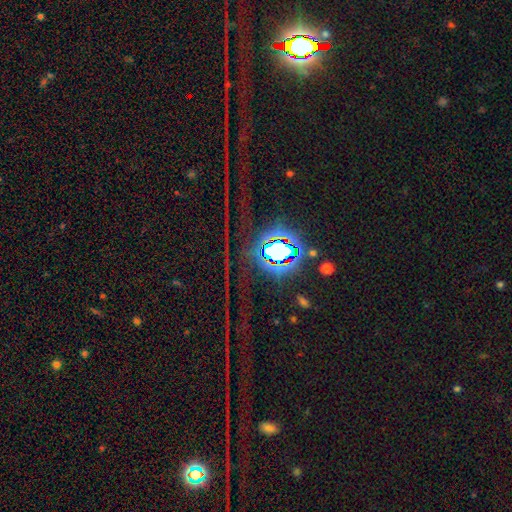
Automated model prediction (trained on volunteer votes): This appears to be a star or artifact, not a galaxy (83%).